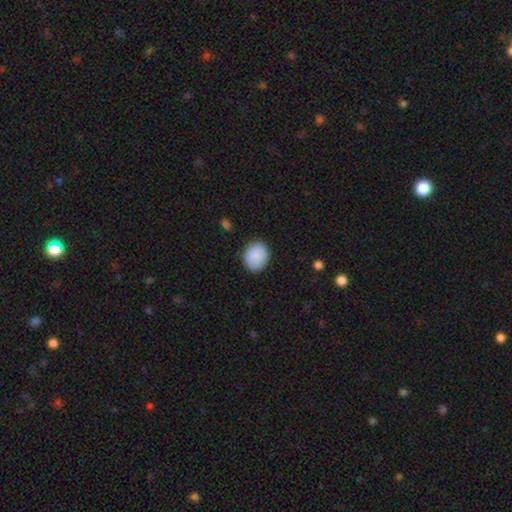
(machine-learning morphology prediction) A smooth galaxy with no disk features (89%) that is round (58%).

Vote fractions:
- Smooth or featured? smooth: 89% / star or artifact: 7% / featured or disk: 5%
- How rounded? round: 58% / in between: 41% / cigar-shaped: 1%
- Merging? none: 86% / minor disturbance: 10% / major disturbance: 2% / merger: 1%